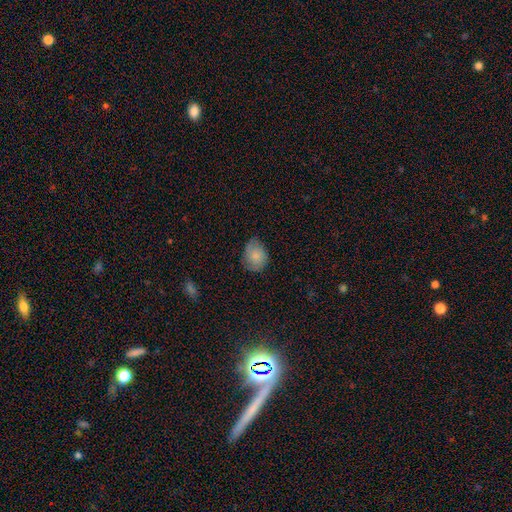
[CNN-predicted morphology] Smooth or featured? Predicted: smooth (p=0.79). How rounded? Predicted: round (p=0.56). Merging? Predicted: none (p=0.63).